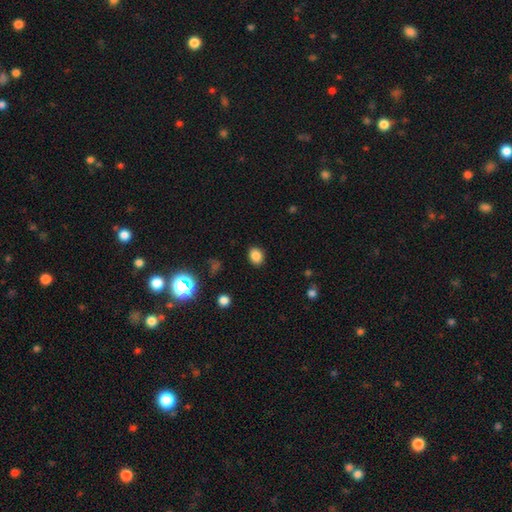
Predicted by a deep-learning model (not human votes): A smooth galaxy with no disk features (84%) that is in between round and cigar-shaped (52%). Merging: none (88%).